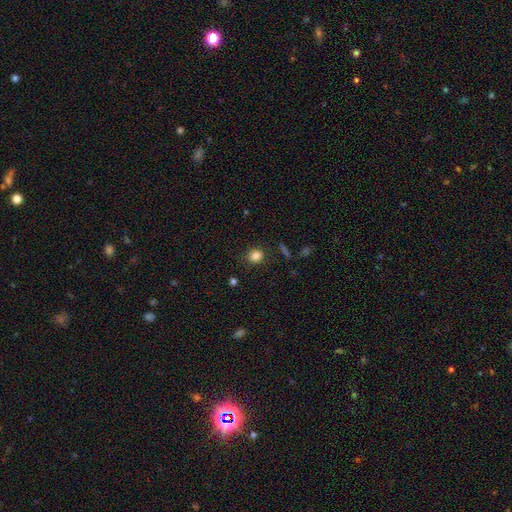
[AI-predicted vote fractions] A smooth galaxy with no disk features (83%) that is round (79%). Merging: none (86%).